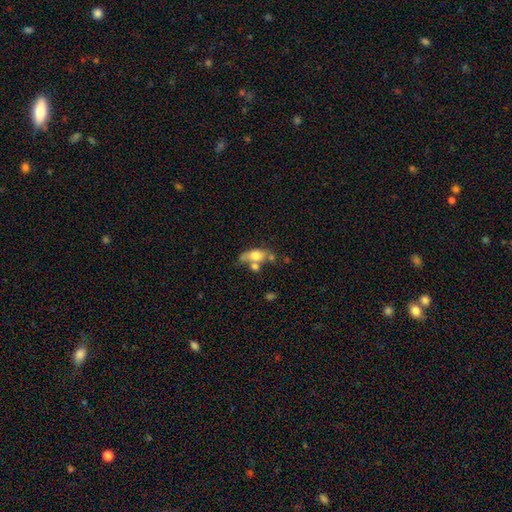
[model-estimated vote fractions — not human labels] A smooth galaxy with no disk features (66%) that is in between round and cigar-shaped (78%).

Vote fractions:
- Smooth or featured? smooth: 66% / featured or disk: 26% / star or artifact: 9%
- How rounded? in between: 78% / round: 12% / cigar-shaped: 10%
- Merging? merger: 38% / none: 35% / minor disturbance: 17% / major disturbance: 11%